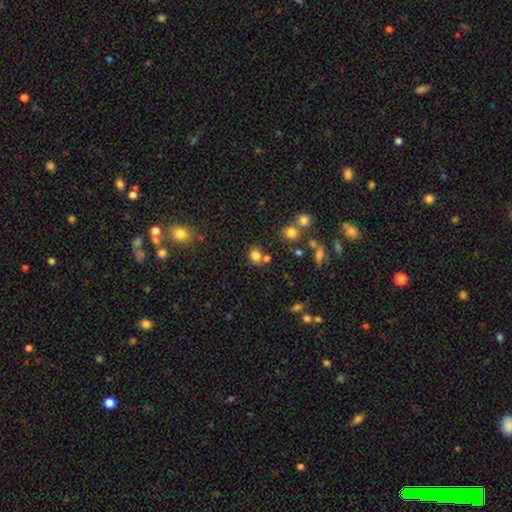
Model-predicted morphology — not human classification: smooth 77%, star or artifact 16%, featured or disk 7%. Down the decision tree: how rounded — round (80%); merging — none (62%).